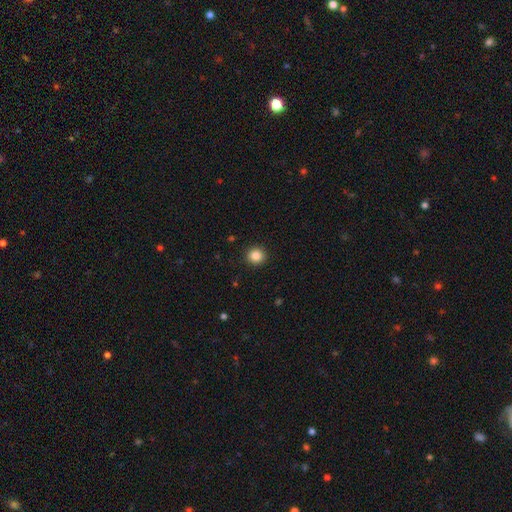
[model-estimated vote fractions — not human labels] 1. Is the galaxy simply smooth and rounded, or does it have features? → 85% smooth, 11% star or artifact, 4% featured or disk.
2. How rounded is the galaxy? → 93% round, 6% in between, 1% cigar-shaped.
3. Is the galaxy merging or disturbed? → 92% none, 5% minor disturbance, 2% major disturbance, 1% merger.